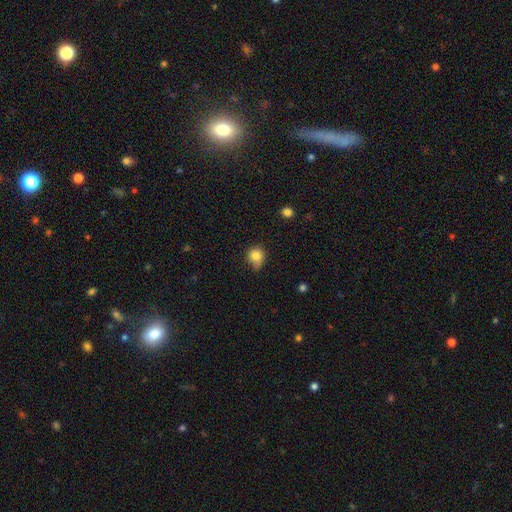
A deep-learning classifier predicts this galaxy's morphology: A smooth galaxy with no disk features (82%) that is round (75%).

Vote fractions:
- Smooth or featured? smooth: 82% / star or artifact: 10% / featured or disk: 8%
- How rounded? round: 75% / in between: 24% / cigar-shaped: 1%
- Merging? none: 51% / minor disturbance: 38% / major disturbance: 8% / merger: 3%